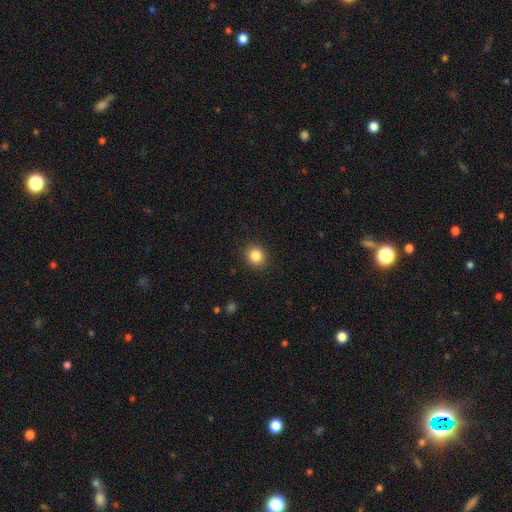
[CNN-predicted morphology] Smooth or featured? Predicted: smooth (p=0.85). How rounded? Predicted: round (p=0.80). Merging? Predicted: none (p=0.90).